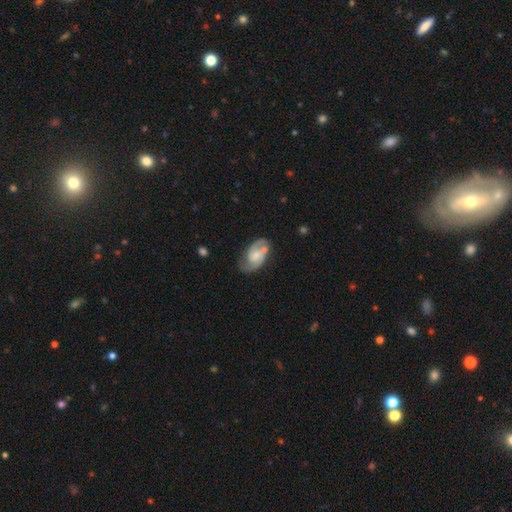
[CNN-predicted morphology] A featured or disk galaxy (78%) with no bar (51%), 2 (87%) medium (52%) spiral arms (94%) and a small central bulge (45%).

Vote fractions:
- Smooth or featured? featured or disk: 78% / smooth: 17% / star or artifact: 6%
- Edge-on disk? no: 97% / yes: 3%
- Bar? no: 51% / weak: 42% / strong: 8%
- Spiral arms? yes: 94% / no: 6%
- Spiral winding? medium: 52% / tight: 29% / loose: 18%
- Spiral arm count? 2: 87% / can't tell: 6% / 1: 3% / 3: 2% / 4: 1% / more than 4: 1%
- Bulge size? small: 45% / moderate: 34% / none: 15% / large: 5% / dominant: 1%
- Merging? none: 69% / minor disturbance: 19% / major disturbance: 6% / merger: 6%